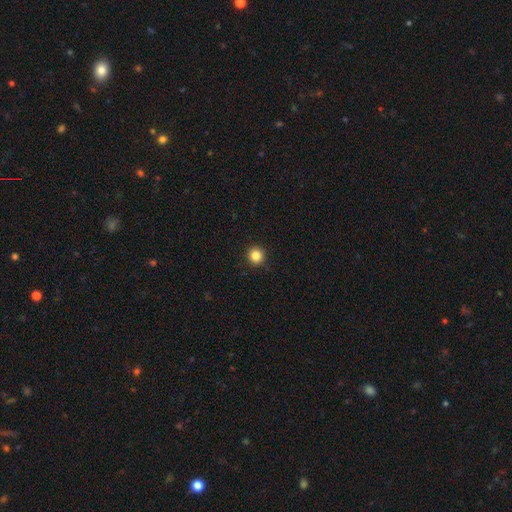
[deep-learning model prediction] Smooth or featured?
  - smooth: 85% *
  - star or artifact: 11%
  - featured or disk: 4%
How rounded?
  - round: 94% *
  - in between: 5%
  - cigar-shaped: 1%
Merging?
  - none: 93% *
  - minor disturbance: 5%
  - major disturbance: 2%
  - merger: 1%